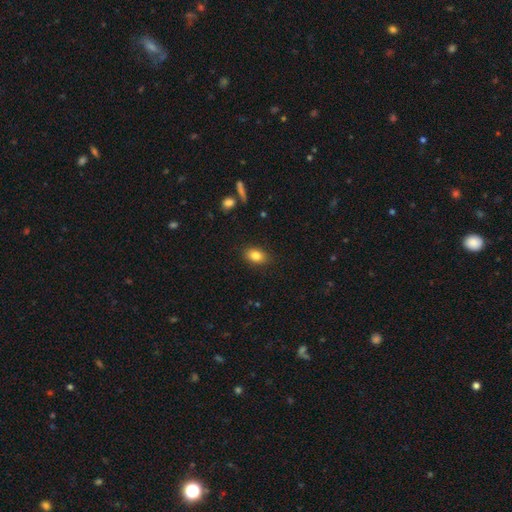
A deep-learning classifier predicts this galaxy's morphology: Smooth or featured? Predicted: smooth (p=0.83). How rounded? Predicted: in between (p=0.82). Merging? Predicted: none (p=0.86).